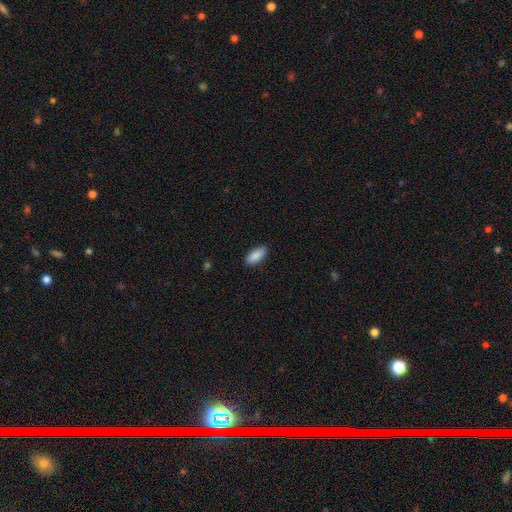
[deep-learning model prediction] The model was most divided on "how rounded": in between: 88%, cigar-shaped: 10%, round: 2%. More confident: smooth or featured — smooth (88%); merging — none (88%).